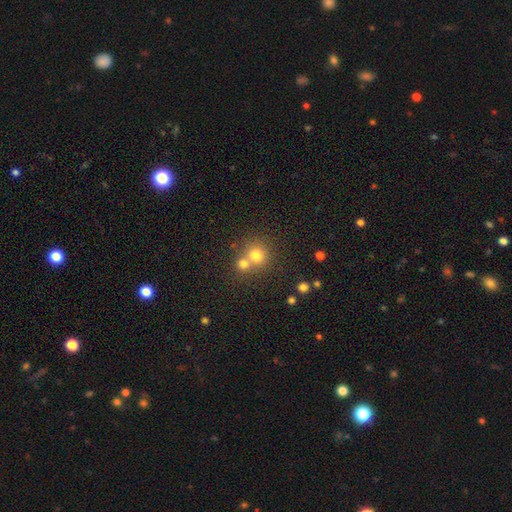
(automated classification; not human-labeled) Morphology: type=smooth (75%); roundness=round (87%); merging=merger (46%).